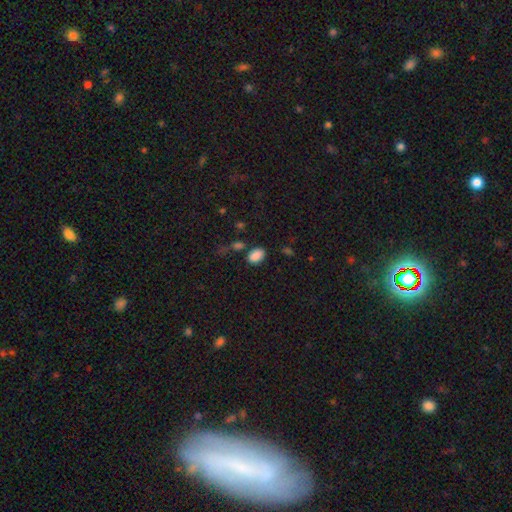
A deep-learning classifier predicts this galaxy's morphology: Smooth or featured? Predicted: smooth (p=0.86). How rounded? Predicted: in between (p=0.84). Merging? Predicted: none (p=0.74).